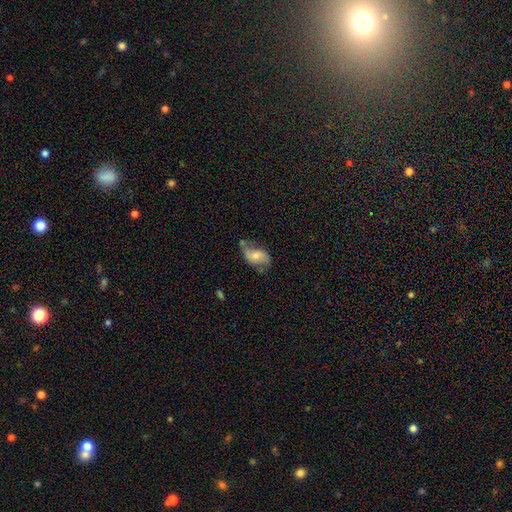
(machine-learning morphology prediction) smooth_or_featured: smooth (p=0.54) [alt: featured or disk p=0.38]
how_rounded: in between (p=0.89) [alt: round p=0.08]
merging: none (p=0.44) [alt: minor disturbance p=0.32]